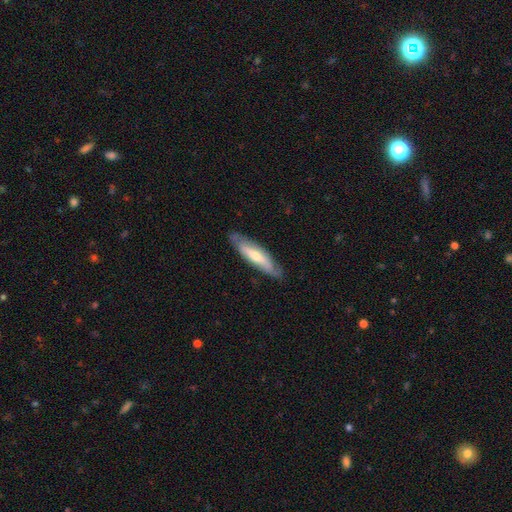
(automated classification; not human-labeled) Q: Smooth or featured?
A: featured or disk (52%); runner-up: smooth (42%)
Q: Edge-on disk?
A: yes (50%); tied with: no (50%)
Q: Merging?
A: none (80%); runner-up: minor disturbance (15%)